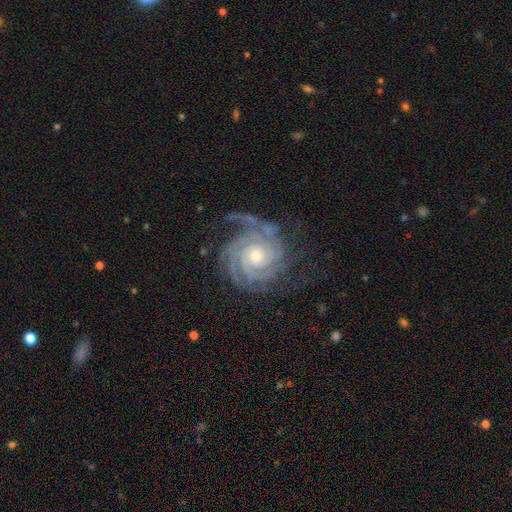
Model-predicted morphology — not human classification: type=featured or disk (92%); edge-on=no (98%); bar=no (74%); spiral arms=yes (99%); winding=tight (82%); arm count=3 (29%); bulge=moderate (49%); merging=none (69%).